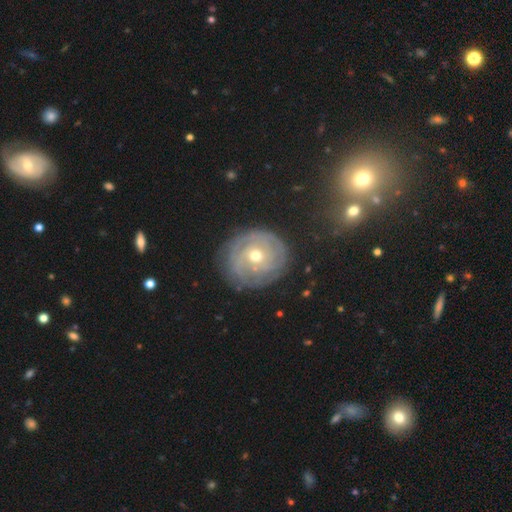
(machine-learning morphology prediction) Q: Smooth or featured?
A: featured or disk (77%); runner-up: smooth (15%)
Q: Edge-on disk?
A: no (97%); runner-up: yes (3%)
Q: Bar?
A: no (75%); runner-up: weak (19%)
Q: Spiral arms?
A: yes (87%); runner-up: no (13%)
Q: Spiral winding?
A: tight (80%); runner-up: medium (15%)
Q: Spiral arm count?
A: can't tell (42%); runner-up: 2 (18%)
Q: Bulge size?
A: moderate (56%); runner-up: small (41%)
Q: Merging?
A: none (80%); runner-up: minor disturbance (14%)